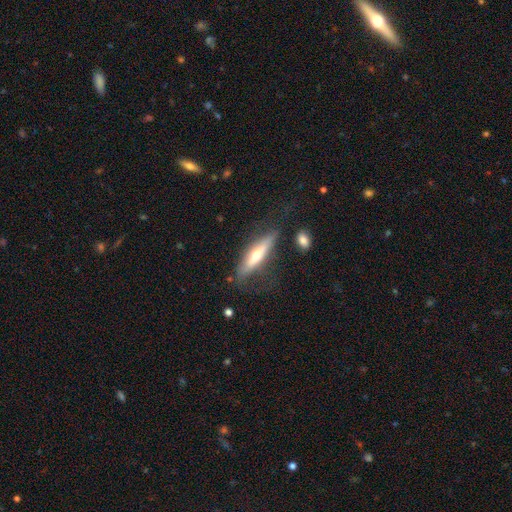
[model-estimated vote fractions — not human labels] Overall: featured or disk (56%; smooth 38%). Edge-on disk: yes (84%). Merging: none (66%).